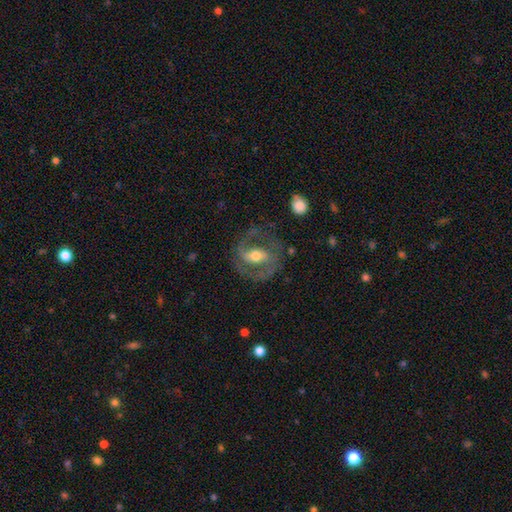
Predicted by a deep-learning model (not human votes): Morphology: type=featured or disk (83%); edge-on=no (96%); bar=strong (40%); spiral arms=yes (87%); winding=medium (52%); arm count=2 (86%); bulge=moderate (63%); merging=none (76%).